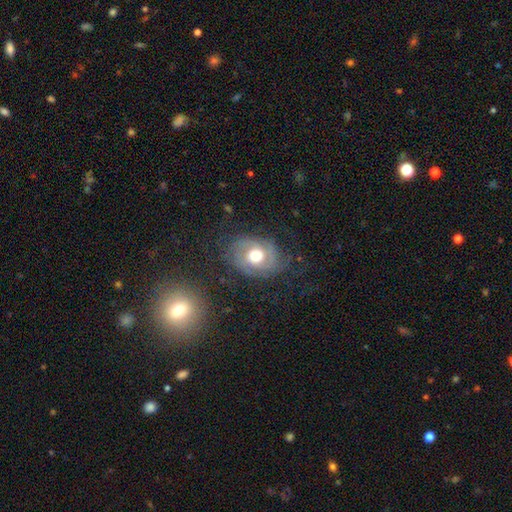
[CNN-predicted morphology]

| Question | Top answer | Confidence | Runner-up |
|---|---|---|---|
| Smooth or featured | featured or disk | 74% | smooth (19%) |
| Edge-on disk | no | 97% | yes (3%) |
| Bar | no | 78% | weak (18%) |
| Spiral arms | yes | 83% | no (17%) |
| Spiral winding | tight | 49% | medium (37%) |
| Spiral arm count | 2 | 62% | can't tell (19%) |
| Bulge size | moderate | 50% | large (41%) |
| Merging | none | 66% | minor disturbance (19%) |